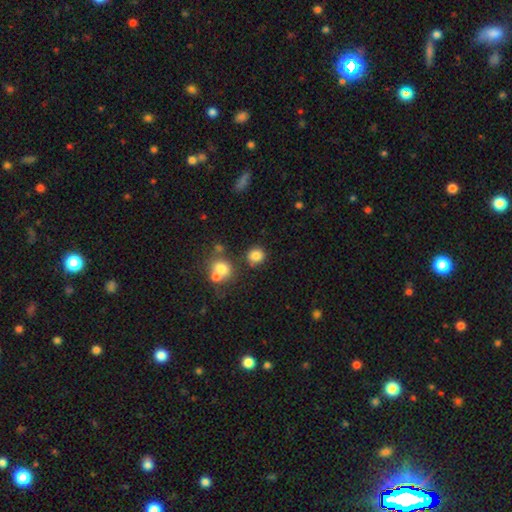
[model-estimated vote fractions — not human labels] Q: Smooth or featured?
A: smooth (82%); runner-up: star or artifact (12%)
Q: How rounded?
A: round (86%); runner-up: in between (13%)
Q: Merging?
A: none (76%); runner-up: merger (10%)